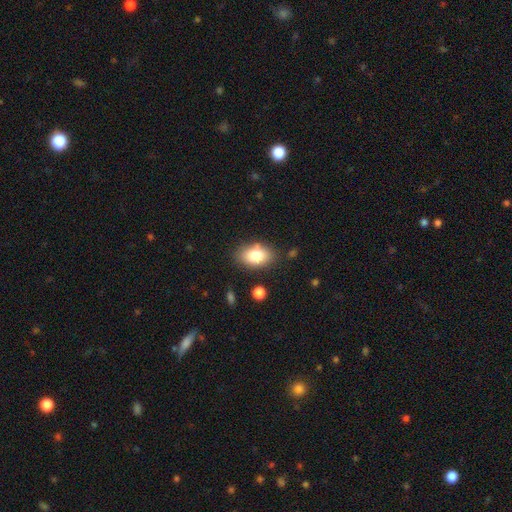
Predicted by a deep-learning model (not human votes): Q: Smooth or featured?
A: smooth (80%); runner-up: featured or disk (12%)
Q: How rounded?
A: in between (89%); runner-up: round (10%)
Q: Merging?
A: none (80%); runner-up: minor disturbance (13%)